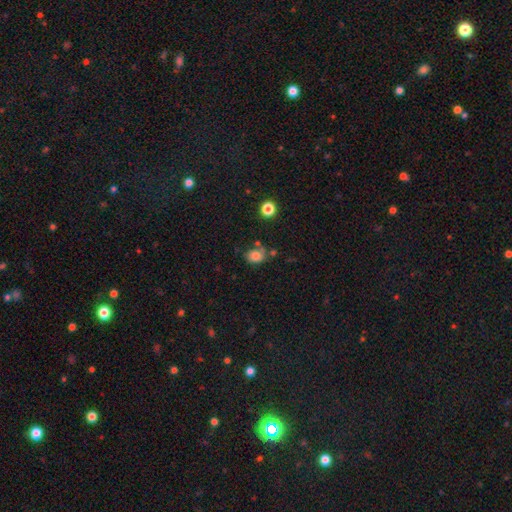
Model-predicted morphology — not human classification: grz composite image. It shows a smooth galaxy with no disk features (78%) that is in between round and cigar-shaped (51%). Merging: none (59%).